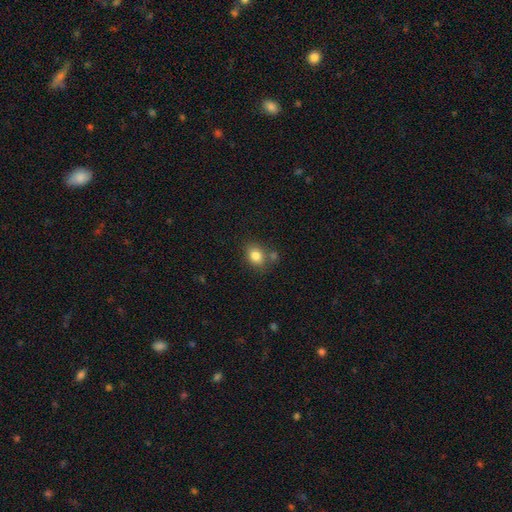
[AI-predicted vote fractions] Morphology: type=smooth (83%); roundness=in between (51%); merging=none (67%).